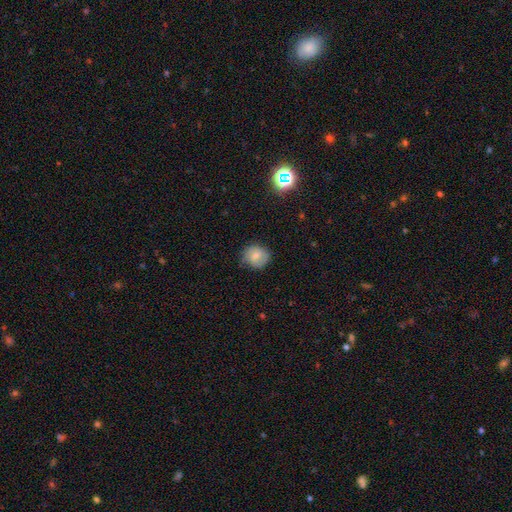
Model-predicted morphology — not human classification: smooth-or-featured: smooth: 71% | featured or disk: 19% | star or artifact: 10%
  how-rounded: round: 80% | in between: 19% | cigar-shaped: 1%
  merging: none: 67% | minor disturbance: 26% | major disturbance: 6% | merger: 1%